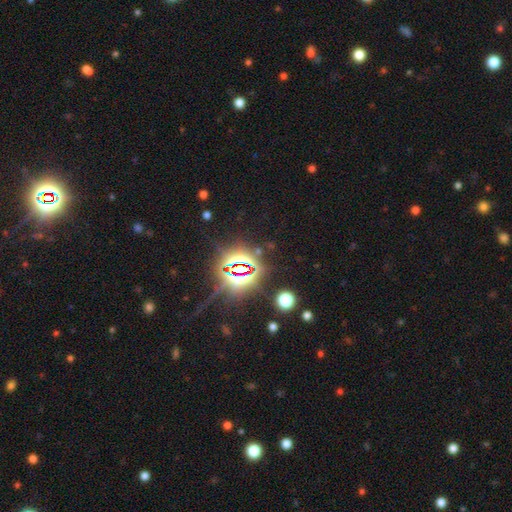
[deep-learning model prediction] Morphology: type=star or artifact (83%).